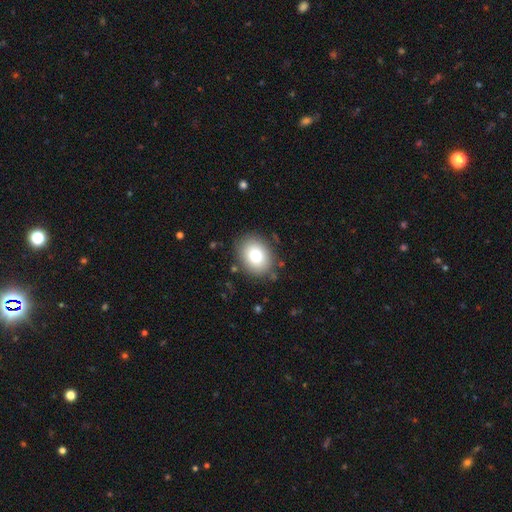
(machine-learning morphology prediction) type=smooth (77%); roundness=in between (50%); merging=none (86%).